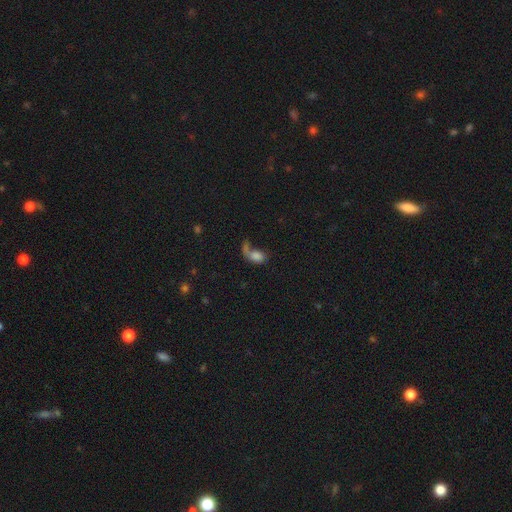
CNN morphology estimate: Q: Smooth or featured?
A: smooth (67%); runner-up: featured or disk (22%)
Q: How rounded?
A: in between (78%); runner-up: round (19%)
Q: Merging?
A: major disturbance (35%); runner-up: merger (27%)